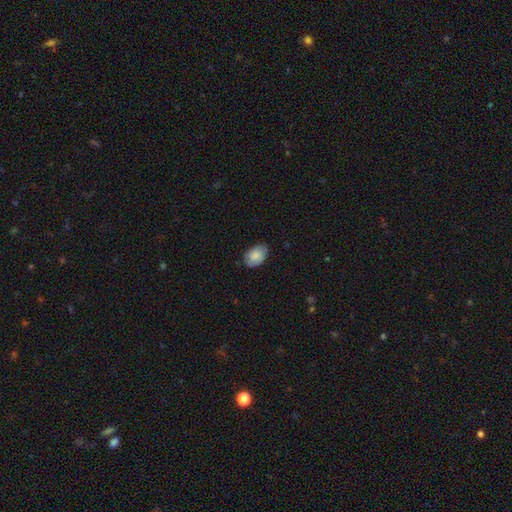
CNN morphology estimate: Q: Smooth or featured?
A: smooth (72%); runner-up: featured or disk (21%)
Q: How rounded?
A: in between (85%); runner-up: round (14%)
Q: Merging?
A: none (73%); runner-up: minor disturbance (22%)